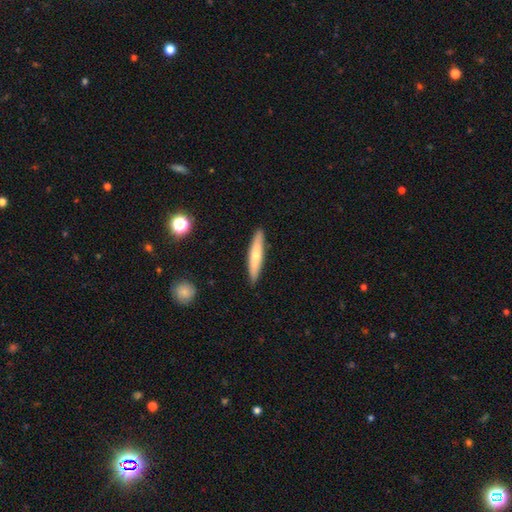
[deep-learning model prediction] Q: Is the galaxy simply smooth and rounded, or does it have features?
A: smooth — 59%.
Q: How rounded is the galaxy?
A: cigar-shaped — 88%.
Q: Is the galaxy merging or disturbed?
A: none — 90%.